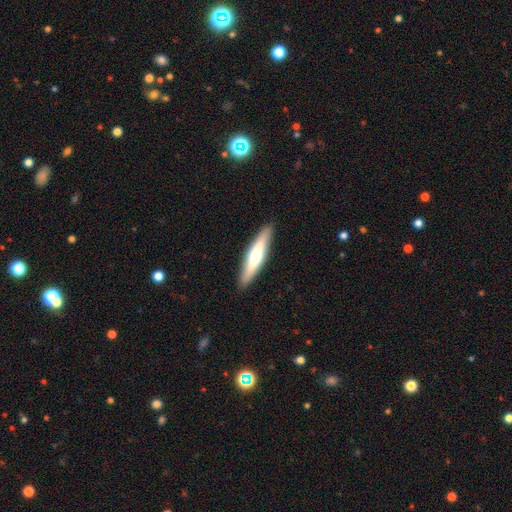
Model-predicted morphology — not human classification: smooth_or_featured: smooth (p=0.55) [alt: featured or disk p=0.40]
how_rounded: cigar-shaped (p=0.85) [alt: in between p=0.13]
merging: none (p=0.90) [alt: minor disturbance p=0.07]